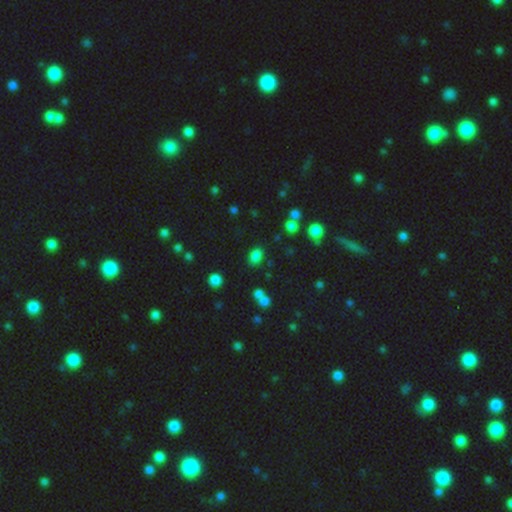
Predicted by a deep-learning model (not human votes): Overall: smooth (79%). How rounded: in between (70%). Merging: none (79%).